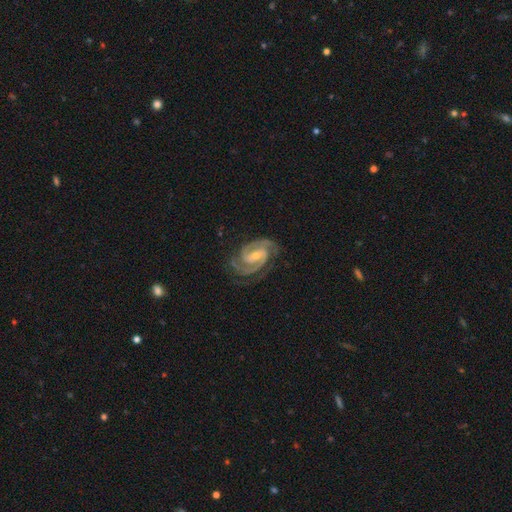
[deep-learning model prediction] A featured or disk galaxy (94%) with a weak bar (45%), 2 (76%) tight (56%) spiral arms (99%) and a small central bulge (60%). Merging: none (78%).